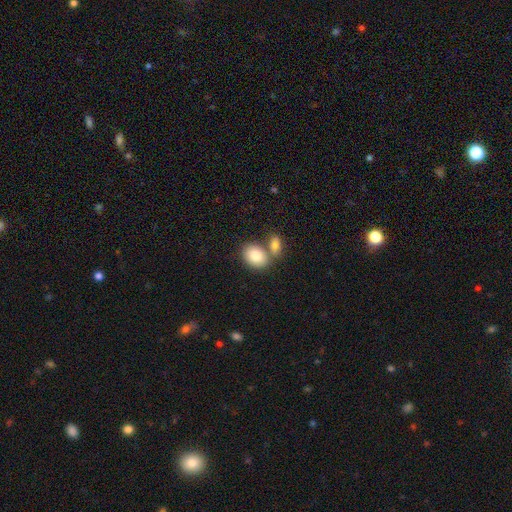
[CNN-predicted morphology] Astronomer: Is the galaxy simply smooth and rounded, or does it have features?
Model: smooth — 82%.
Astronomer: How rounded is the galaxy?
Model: in between — 72%.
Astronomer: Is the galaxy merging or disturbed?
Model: none — 47% (runner-up: merger, 40%).